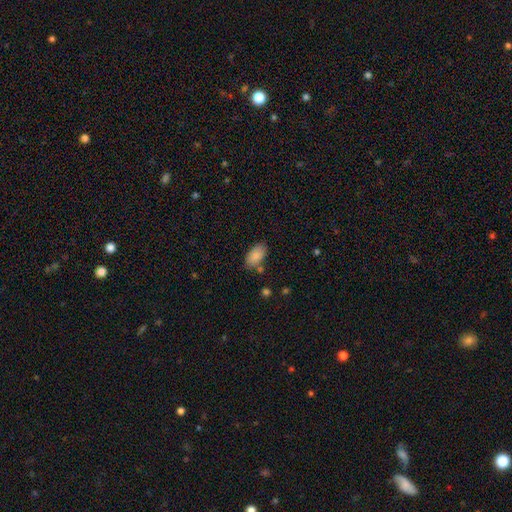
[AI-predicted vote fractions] The model was most divided on "merging": none: 74%, minor disturbance: 16%, merger: 7%, major disturbance: 4%. More confident: how rounded — in between (93%); smooth or featured — smooth (87%).